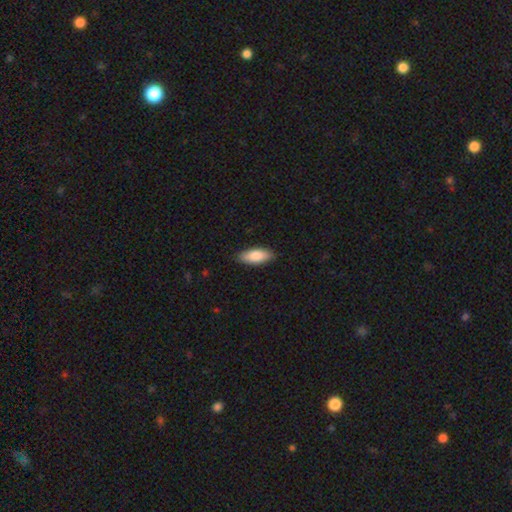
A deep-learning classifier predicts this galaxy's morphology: Smooth or featured: smooth — 82% (featured or disk — 12%)
How rounded: in between — 77% (cigar-shaped — 21%)
Merging: none — 87% (minor disturbance — 11%)